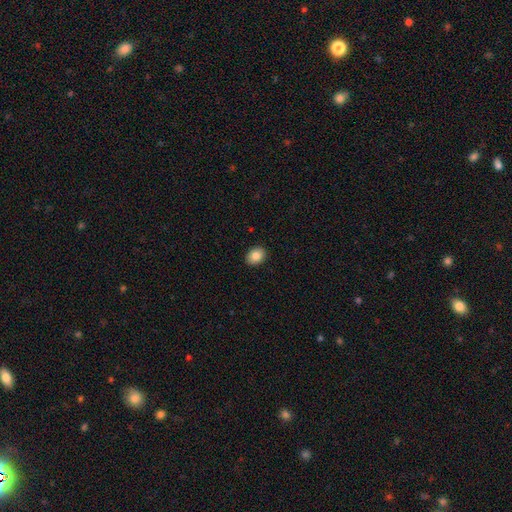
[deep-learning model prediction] A smooth galaxy with no disk features (86%) that is in between round and cigar-shaped (60%).

Vote fractions:
- Smooth or featured? smooth: 86% / star or artifact: 8% / featured or disk: 6%
- How rounded? in between: 60% / round: 39% / cigar-shaped: 1%
- Merging? none: 90% / minor disturbance: 7% / major disturbance: 2% / merger: 1%